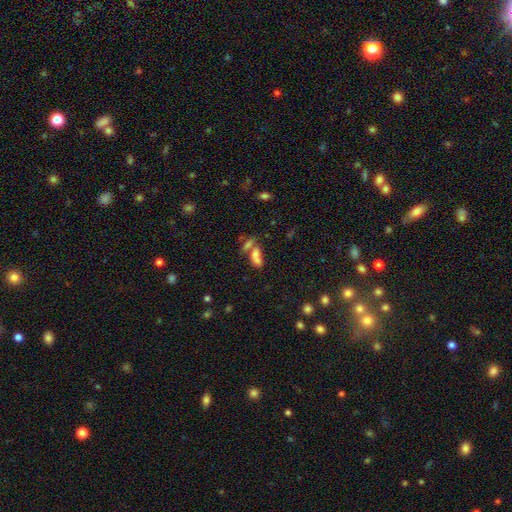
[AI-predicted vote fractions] Morphology: type=smooth (67%); roundness=in between (73%); merging=merger (56%).